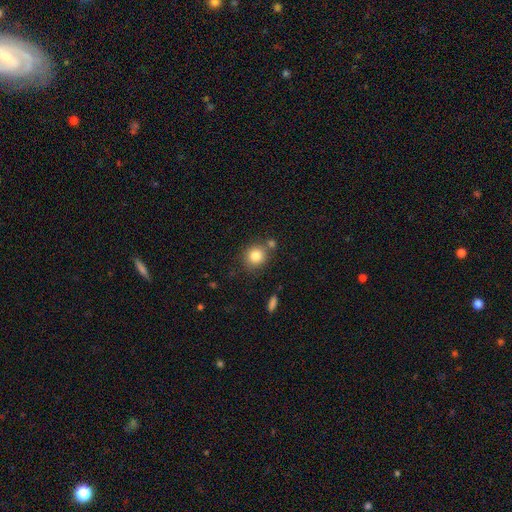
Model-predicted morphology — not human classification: Q: Smooth or featured?
A: smooth (82%); runner-up: star or artifact (10%)
Q: How rounded?
A: round (84%); runner-up: in between (15%)
Q: Merging?
A: none (73%); runner-up: merger (13%)